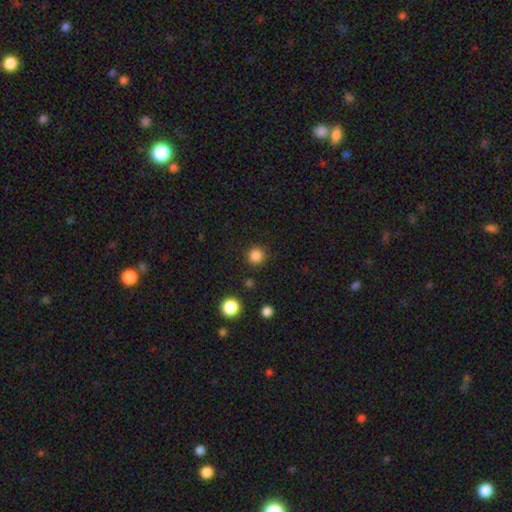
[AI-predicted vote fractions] Morphology: type=smooth (85%); roundness=round (94%); merging=none (89%).